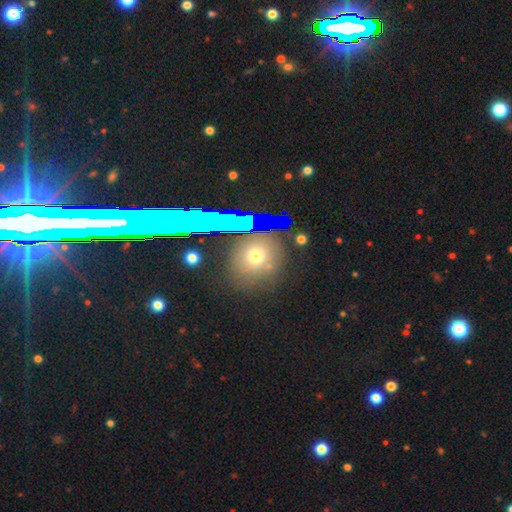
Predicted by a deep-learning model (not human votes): Smooth or featured? smooth (66%)
How rounded? round (77%)
Merging? none (78%)